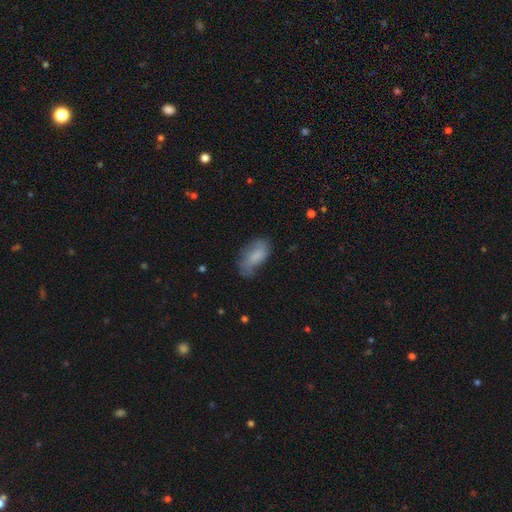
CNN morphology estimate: The model was most divided on "merging": none: 53%, minor disturbance: 32%, major disturbance: 13%, merger: 2%. More confident: how rounded — in between (91%); smooth or featured — smooth (71%).